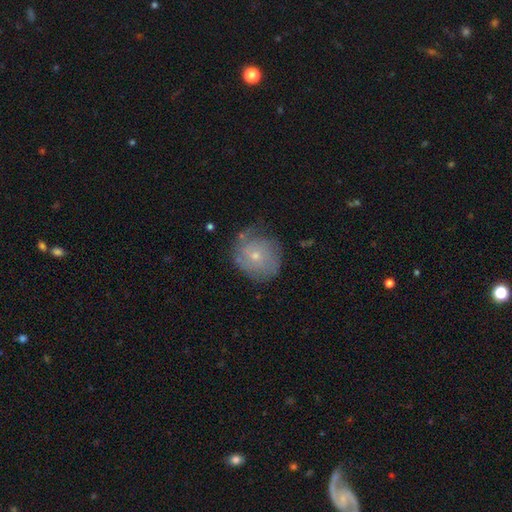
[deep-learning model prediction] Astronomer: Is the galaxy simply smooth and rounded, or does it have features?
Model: smooth — 46% (runner-up: featured or disk, 45%).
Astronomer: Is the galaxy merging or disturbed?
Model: none — 60%.